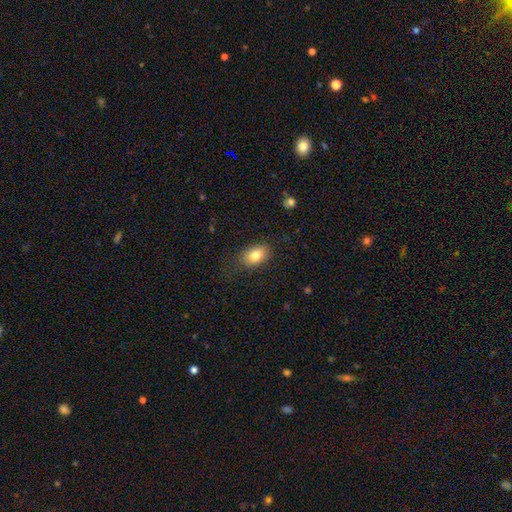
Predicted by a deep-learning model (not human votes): smooth-or-featured: smooth: 80% | featured or disk: 11% | star or artifact: 9%
  how-rounded: in between: 83% | round: 15% | cigar-shaped: 2%
  merging: none: 80% | minor disturbance: 15% | major disturbance: 4% | merger: 1%